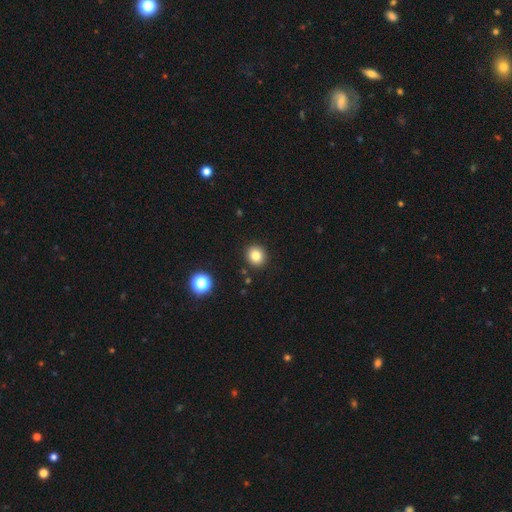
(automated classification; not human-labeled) Smooth or featured? smooth (83%)
How rounded? round (85%)
Merging? none (91%)